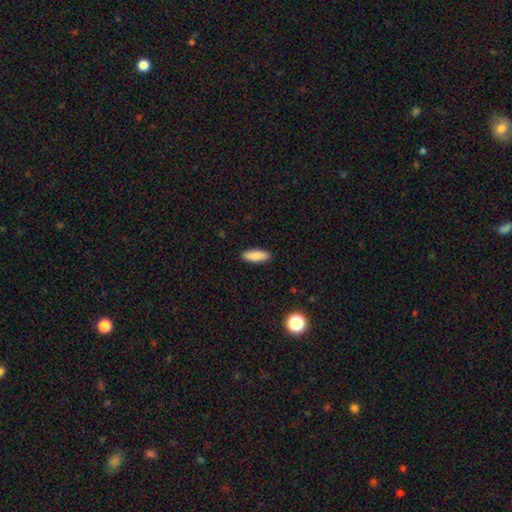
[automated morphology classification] type=smooth (87%); roundness=in between (60%); merging=none (90%).